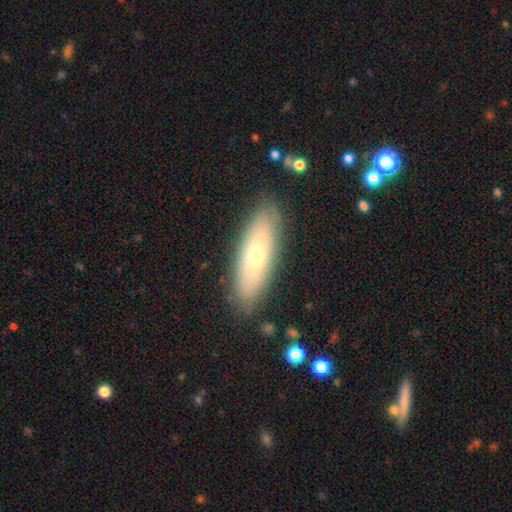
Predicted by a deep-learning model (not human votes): smooth-or-featured: smooth: 61% | featured or disk: 32% | star or artifact: 7%
  how-rounded: in between: 56% | cigar-shaped: 42% | round: 2%
  merging: none: 86% | minor disturbance: 10% | major disturbance: 3% | merger: 1%